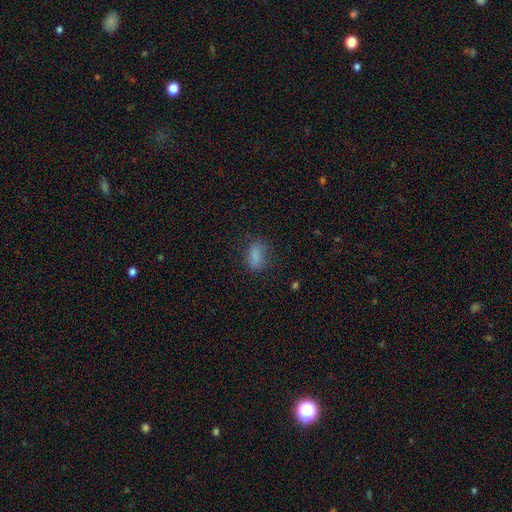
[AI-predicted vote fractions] Overall: smooth (82%). How rounded: in between (83%). Merging: none (70%).